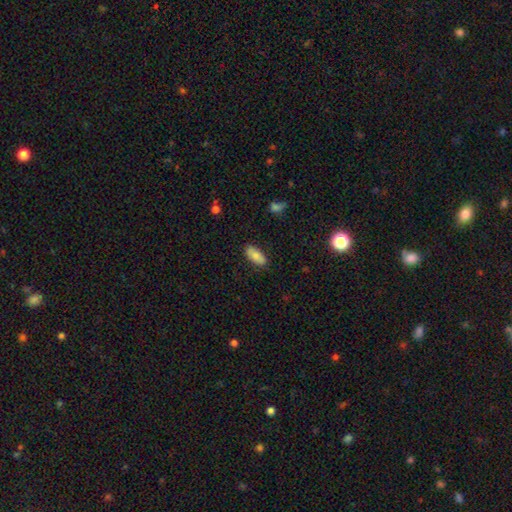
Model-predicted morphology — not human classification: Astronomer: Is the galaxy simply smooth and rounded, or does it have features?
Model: smooth — 80%.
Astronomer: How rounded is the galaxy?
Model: in between — 87%.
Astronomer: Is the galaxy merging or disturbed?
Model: none — 84%.